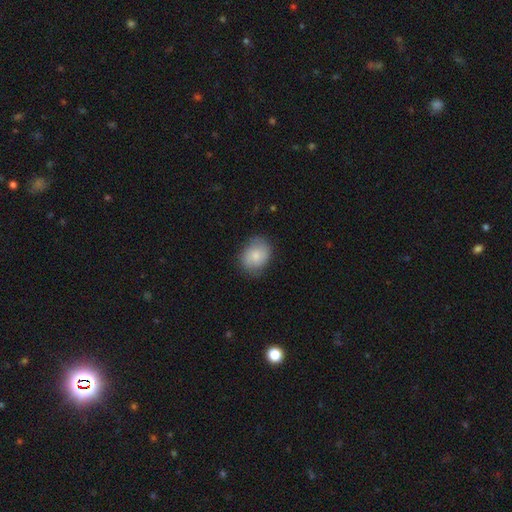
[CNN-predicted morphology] This appears to be a smooth galaxy with no disk features (78%) that is in between round and cigar-shaped (51%). Merging: none (77%).